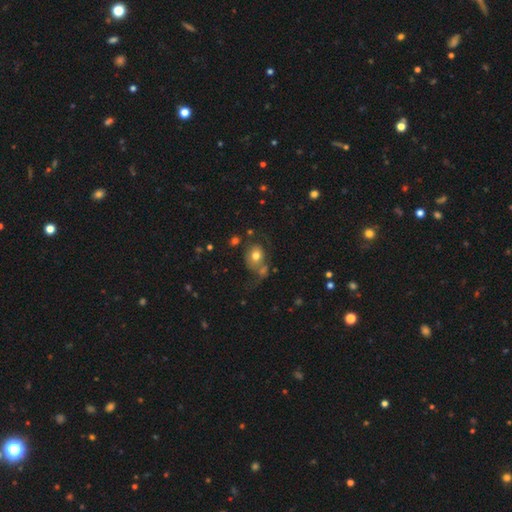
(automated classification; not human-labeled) A smooth galaxy with no disk features (70%) that is round (57%).

Vote fractions:
- Smooth or featured? smooth: 70% / featured or disk: 19% / star or artifact: 10%
- How rounded? round: 57% / in between: 42% / cigar-shaped: 1%
- Merging? none: 43% / merger: 22% / minor disturbance: 18% / major disturbance: 17%